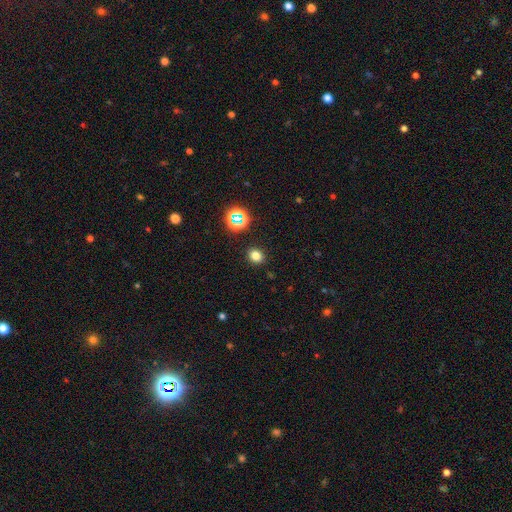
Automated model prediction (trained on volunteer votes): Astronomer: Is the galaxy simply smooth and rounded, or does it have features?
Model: smooth — 77%.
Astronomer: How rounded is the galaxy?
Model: round — 68%.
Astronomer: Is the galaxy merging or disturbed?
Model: none — 90%.